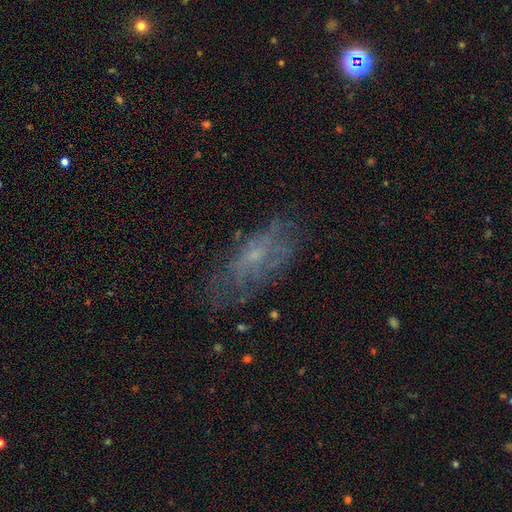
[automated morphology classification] Smooth or featured? featured or disk (52%)
Edge-on disk? no (88%)
Merging? none (64%)